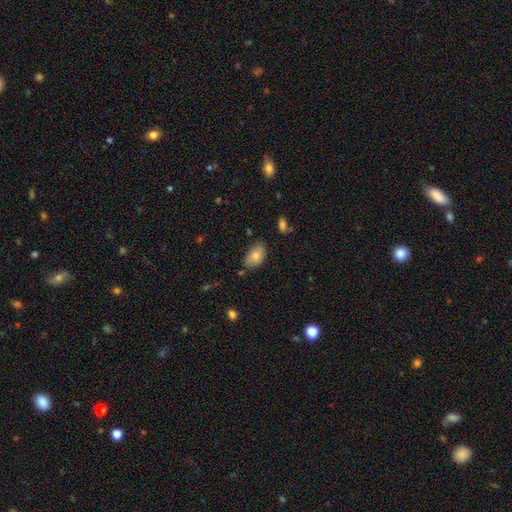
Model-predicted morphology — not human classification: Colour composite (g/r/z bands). It shows a smooth galaxy with no disk features (76%) that is in between round and cigar-shaped (91%). Merging: none (73%).